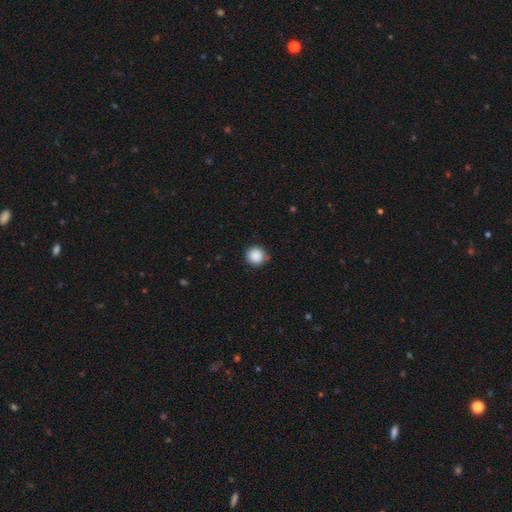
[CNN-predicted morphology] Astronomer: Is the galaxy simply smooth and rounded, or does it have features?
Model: smooth — 88%.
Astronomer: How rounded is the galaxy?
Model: round — 94%.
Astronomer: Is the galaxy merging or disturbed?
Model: none — 86%.